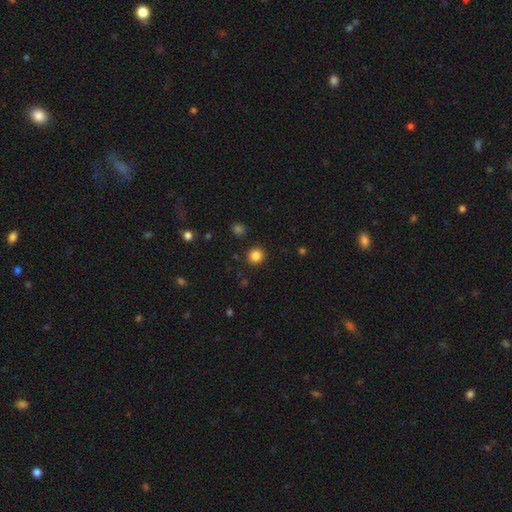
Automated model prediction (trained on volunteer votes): A smooth galaxy with no disk features (84%) that is round (93%). Merging: none (91%).